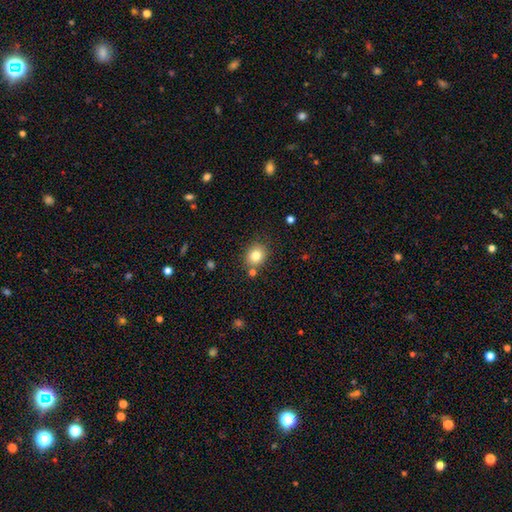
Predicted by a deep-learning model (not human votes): smooth_or_featured: smooth (p=0.81) [alt: star or artifact p=0.11]
how_rounded: round (p=0.68) [alt: in between p=0.31]
merging: none (p=0.79) [alt: minor disturbance p=0.11]